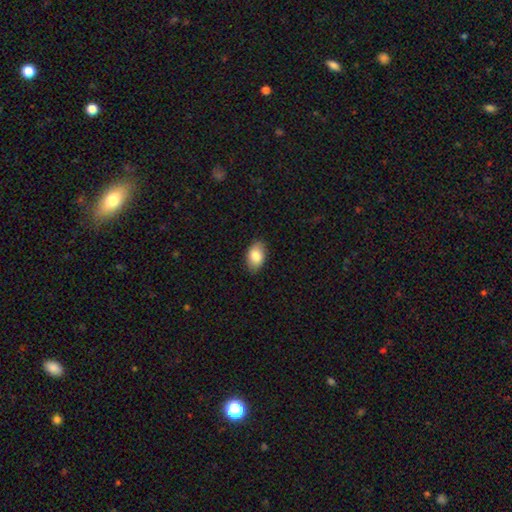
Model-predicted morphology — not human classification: A smooth galaxy with no disk features (85%) that is in between round and cigar-shaped (91%). Merging: none (87%).